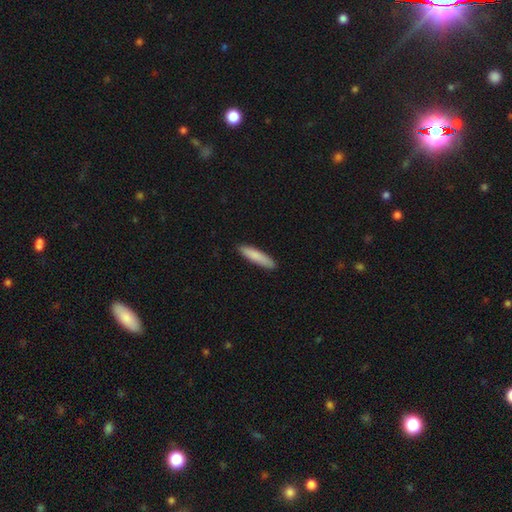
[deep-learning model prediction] smooth 84%, featured or disk 11%, star or artifact 5%. Down the decision tree: how rounded — cigar-shaped (84%); merging — none (89%).